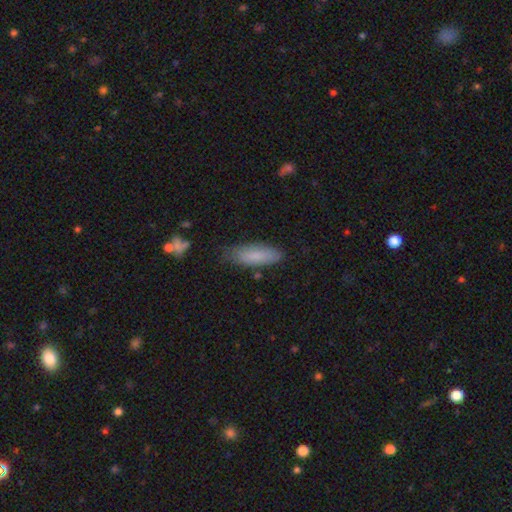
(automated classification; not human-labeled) This is likely a smooth galaxy (79%). How rounded: likely in between (61%). Merging: likely none (72%).